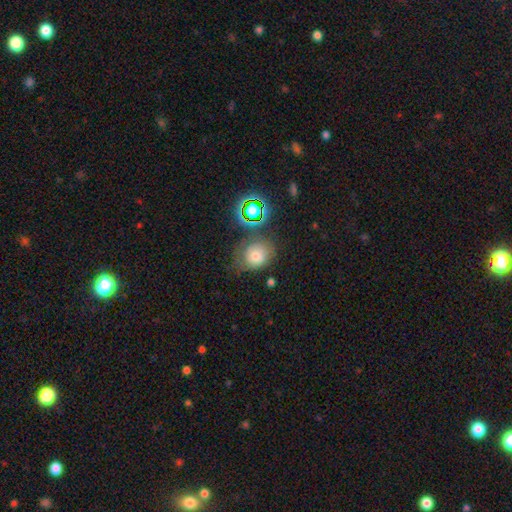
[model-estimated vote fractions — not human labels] This is likely a smooth galaxy (65%). How rounded: likely round (61%). Merging: possibly none (58%).